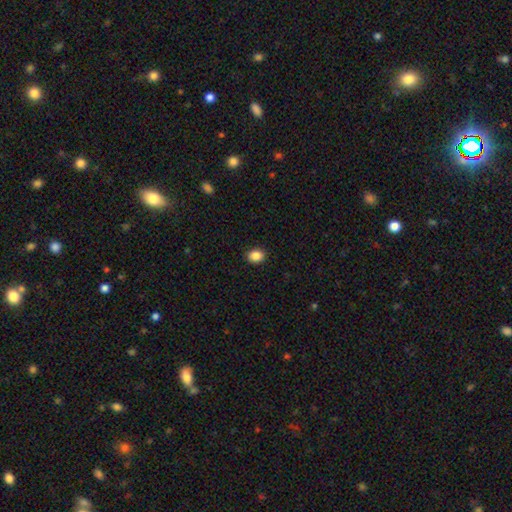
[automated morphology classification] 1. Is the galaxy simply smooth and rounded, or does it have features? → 87% smooth, 9% star or artifact, 4% featured or disk.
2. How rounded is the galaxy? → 55% in between, 44% round, 1% cigar-shaped.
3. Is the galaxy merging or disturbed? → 90% none, 7% minor disturbance, 2% major disturbance, 1% merger.